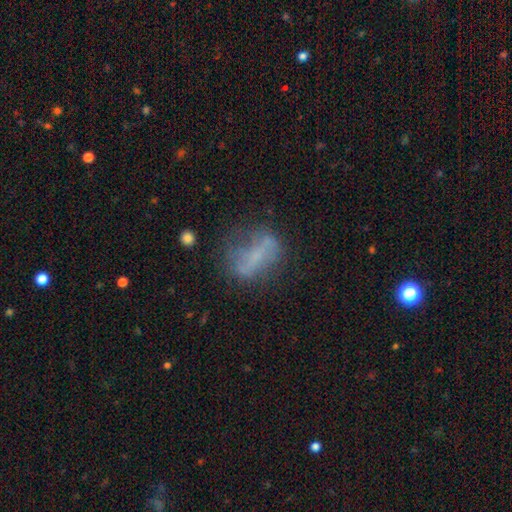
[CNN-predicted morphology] Smooth or featured? Predicted: featured or disk (p=0.45). Merging? Predicted: none (p=0.52).